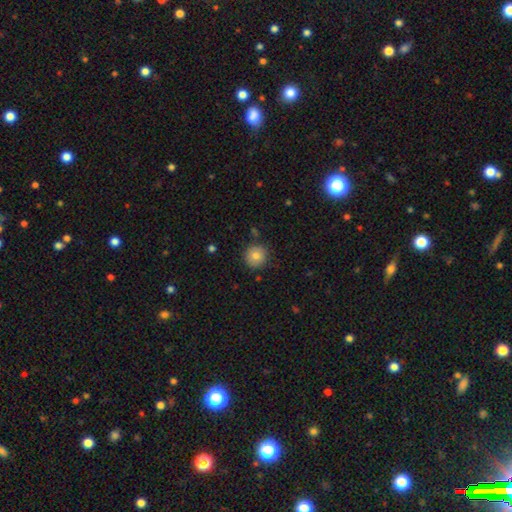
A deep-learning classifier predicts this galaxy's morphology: The model was most divided on "smooth or featured": smooth: 80%, star or artifact: 11%, featured or disk: 9%. More confident: how rounded — round (94%); merging — none (86%).